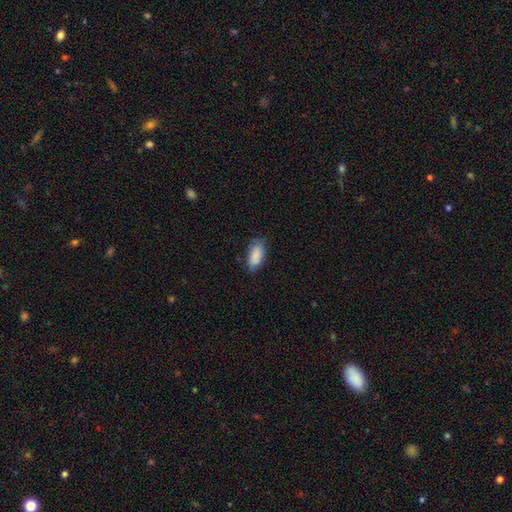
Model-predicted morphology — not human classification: A smooth galaxy with no disk features (88%) that is in between round and cigar-shaped (88%).

Vote fractions:
- Smooth or featured? smooth: 88% / star or artifact: 7% / featured or disk: 6%
- How rounded? in between: 88% / cigar-shaped: 10% / round: 2%
- Merging? none: 72% / minor disturbance: 22% / major disturbance: 4% / merger: 1%